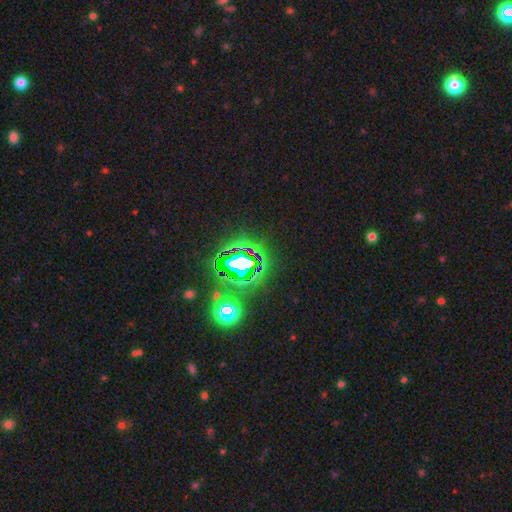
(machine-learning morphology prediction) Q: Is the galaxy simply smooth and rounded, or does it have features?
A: star or artifact — 81%.